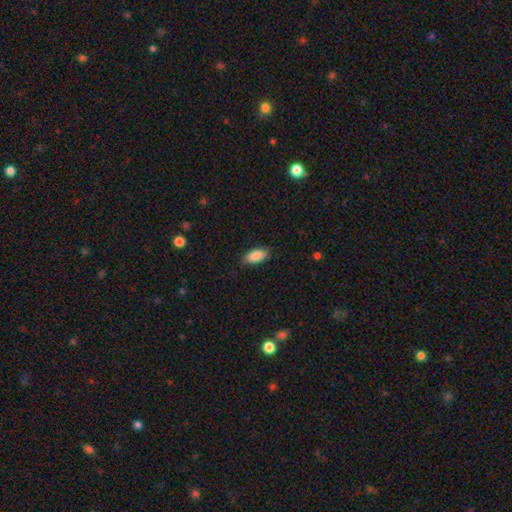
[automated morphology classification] Q: Smooth or featured?
A: smooth (88%); runner-up: star or artifact (6%)
Q: How rounded?
A: in between (89%); runner-up: cigar-shaped (9%)
Q: Merging?
A: none (87%); runner-up: minor disturbance (10%)